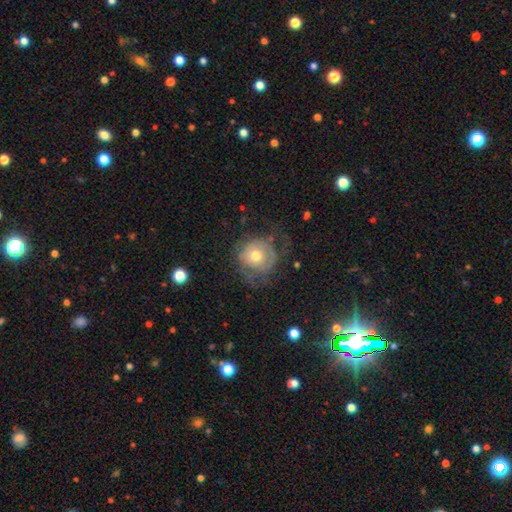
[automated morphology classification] A smooth galaxy with no disk features (46%).

Vote fractions:
- Smooth or featured? smooth: 46% / featured or disk: 45% / star or artifact: 9%
- Merging? none: 48% / major disturbance: 25% / minor disturbance: 25% / merger: 2%